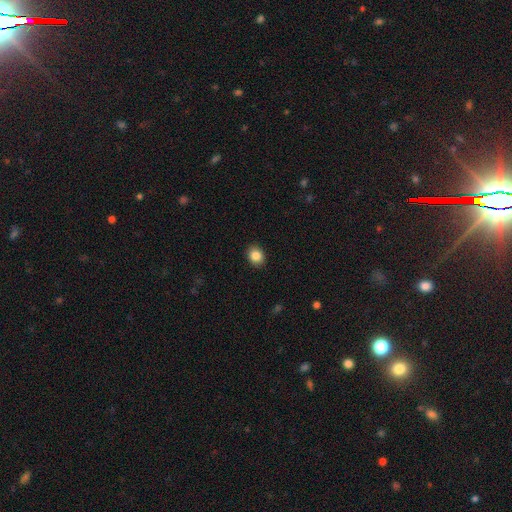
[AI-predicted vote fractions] This appears to be a smooth galaxy with no disk features (86%) that is round (54%). Merging: none (90%).